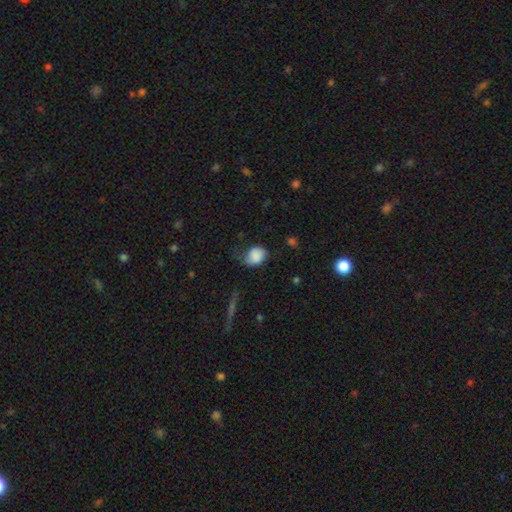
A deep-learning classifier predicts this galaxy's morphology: This appears to be a smooth galaxy with no disk features (81%) that is in between round and cigar-shaped (53%). Merging: none (42%).